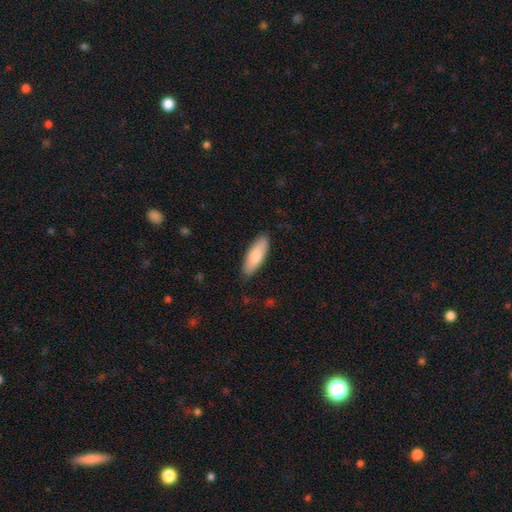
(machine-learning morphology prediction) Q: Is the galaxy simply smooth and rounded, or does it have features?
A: smooth — 81%.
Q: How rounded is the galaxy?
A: in between — 62%.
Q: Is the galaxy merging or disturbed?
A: none — 87%.